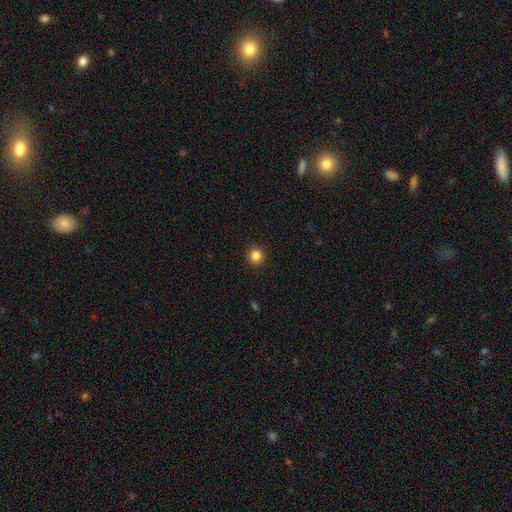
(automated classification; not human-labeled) Smooth or featured? smooth (84%)
How rounded? round (94%)
Merging? none (92%)